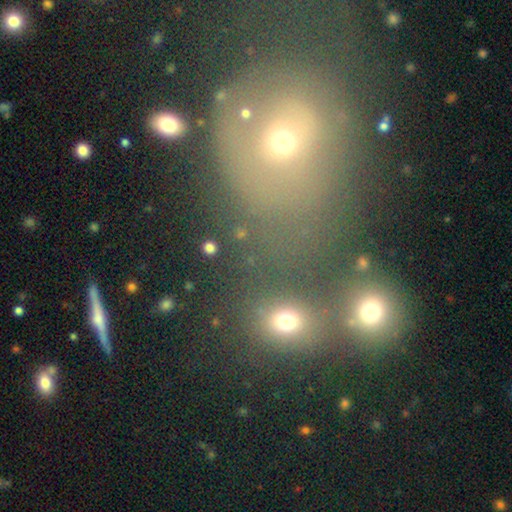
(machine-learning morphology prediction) type=smooth (54%); roundness=round (64%); merging=none (54%).